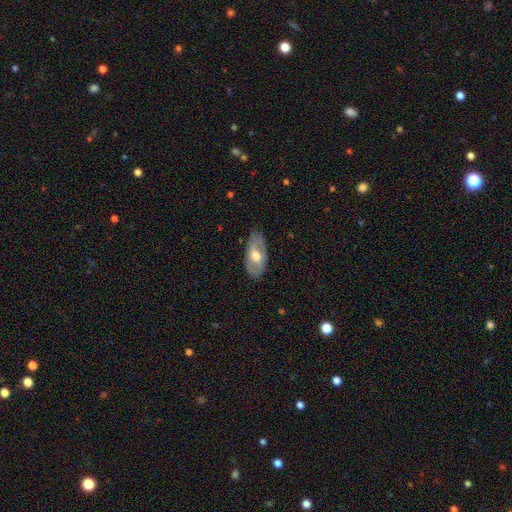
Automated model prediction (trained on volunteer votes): smooth-or-featured: featured or disk: 52% | smooth: 42% | star or artifact: 5%
  disk-edge-on: no: 85% | yes: 15%
  merging: none: 80% | minor disturbance: 15% | major disturbance: 4% | merger: 1%